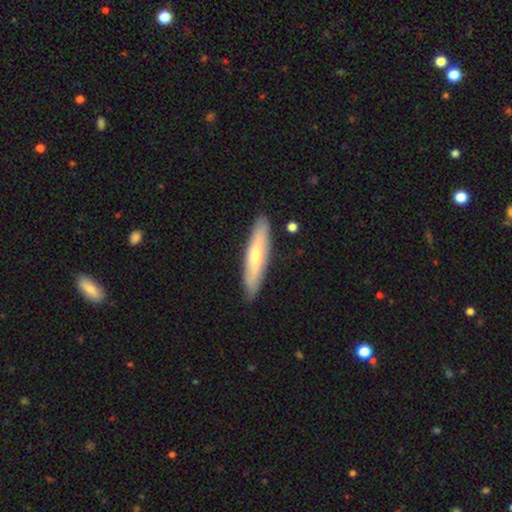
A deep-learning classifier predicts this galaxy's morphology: smooth 58%, featured or disk 37%, star or artifact 5%. Down the decision tree: how rounded — cigar-shaped (81%); merging — none (86%).